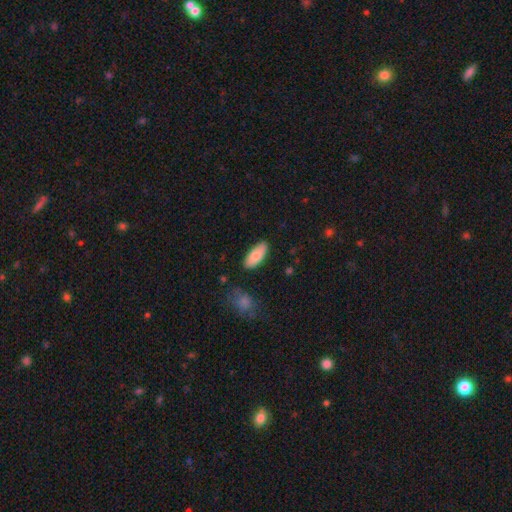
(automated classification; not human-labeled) The model was most divided on "smooth or featured": smooth: 80%, featured or disk: 14%, star or artifact: 6%. More confident: how rounded — in between (87%); merging — none (85%).